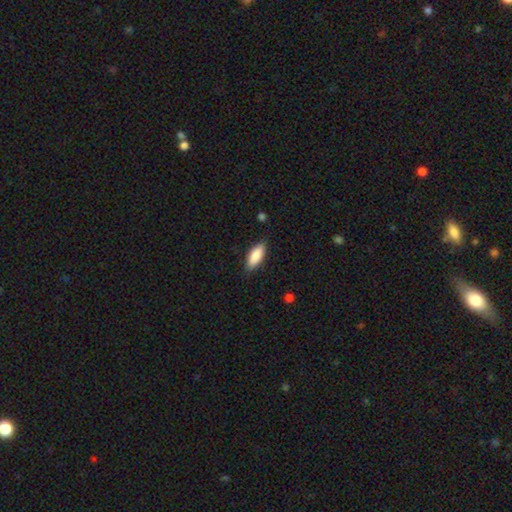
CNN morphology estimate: Overall: smooth (85%). How rounded: in between (76%). Merging: none (84%).